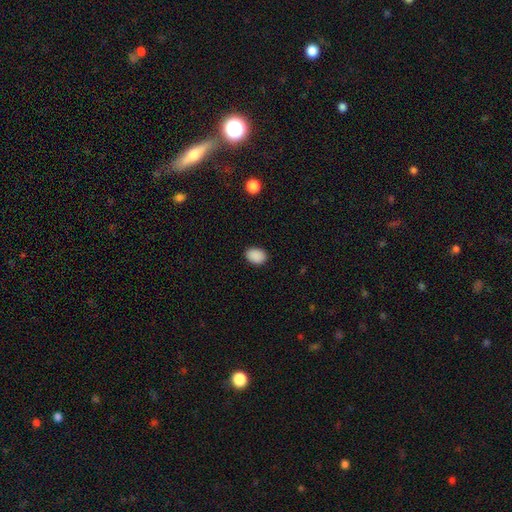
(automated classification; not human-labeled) Morphology: type=smooth (90%); roundness=in between (75%); merging=none (88%).